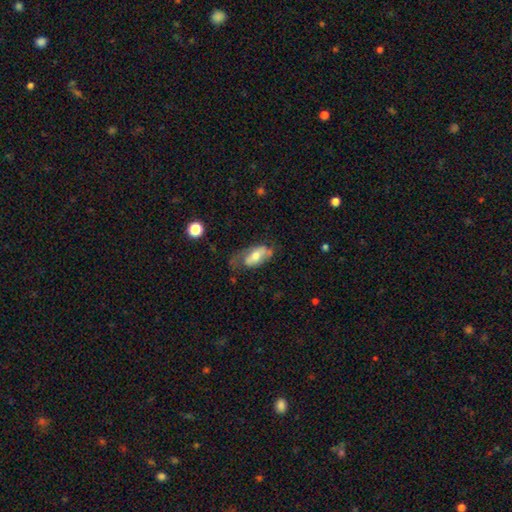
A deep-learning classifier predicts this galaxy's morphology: smooth_or_featured: smooth (p=0.50) [alt: featured or disk p=0.43]
how_rounded: in between (p=0.87) [alt: cigar-shaped p=0.09]
merging: none (p=0.39) [alt: minor disturbance p=0.30]